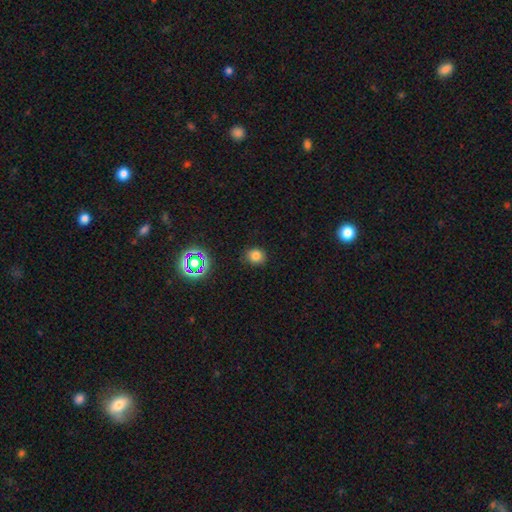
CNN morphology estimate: Smooth or featured: smooth — 78% (star or artifact — 17%)
How rounded: round — 82% (in between — 17%)
Merging: none — 87% (minor disturbance — 9%)